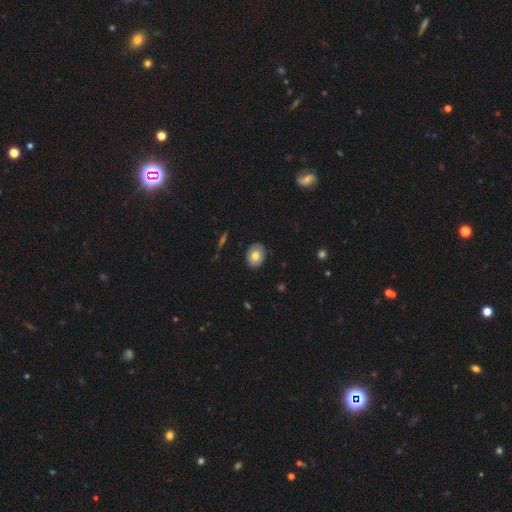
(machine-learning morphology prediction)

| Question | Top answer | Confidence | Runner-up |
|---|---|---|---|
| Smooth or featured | smooth | 76% | featured or disk (17%) |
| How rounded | in between | 67% | round (32%) |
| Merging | none | 86% | minor disturbance (11%) |